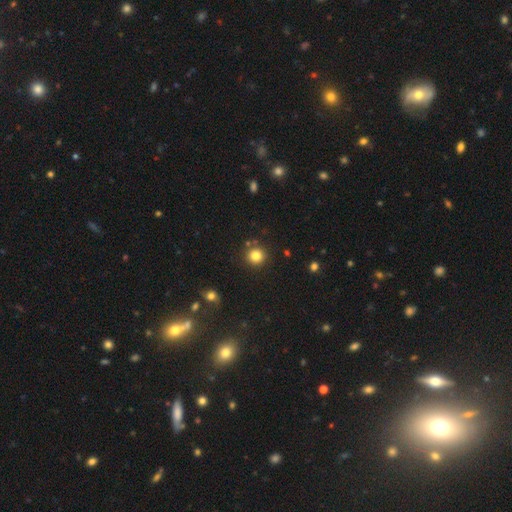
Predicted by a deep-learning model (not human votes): Smooth or featured?
  - smooth: 82% *
  - star or artifact: 12%
  - featured or disk: 5%
How rounded?
  - round: 92% *
  - in between: 7%
  - cigar-shaped: 1%
Merging?
  - none: 86% *
  - minor disturbance: 7%
  - merger: 5%
  - major disturbance: 2%